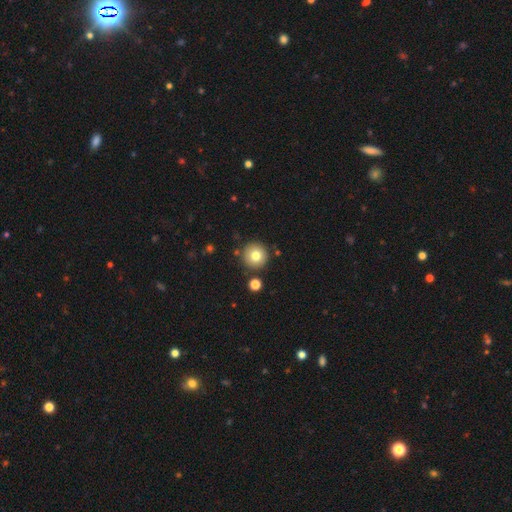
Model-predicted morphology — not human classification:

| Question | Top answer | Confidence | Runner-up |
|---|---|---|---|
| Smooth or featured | smooth | 78% | star or artifact (11%) |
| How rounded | round | 96% | in between (3%) |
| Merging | none | 87% | minor disturbance (7%) |